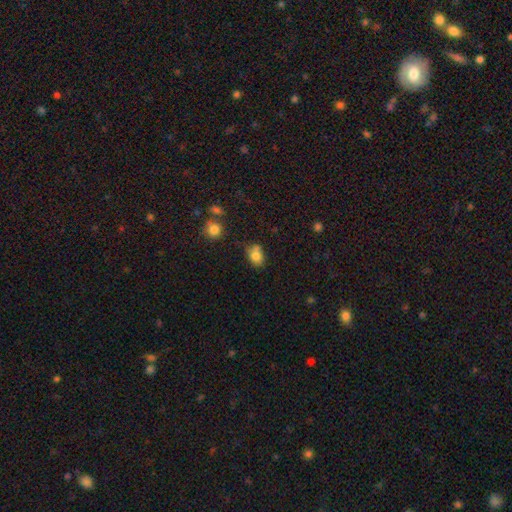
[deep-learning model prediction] Smooth or featured?
  - smooth: 81% *
  - star or artifact: 11%
  - featured or disk: 9%
How rounded?
  - in between: 68% *
  - round: 31%
  - cigar-shaped: 1%
Merging?
  - none: 57% *
  - minor disturbance: 24%
  - merger: 13%
  - major disturbance: 5%